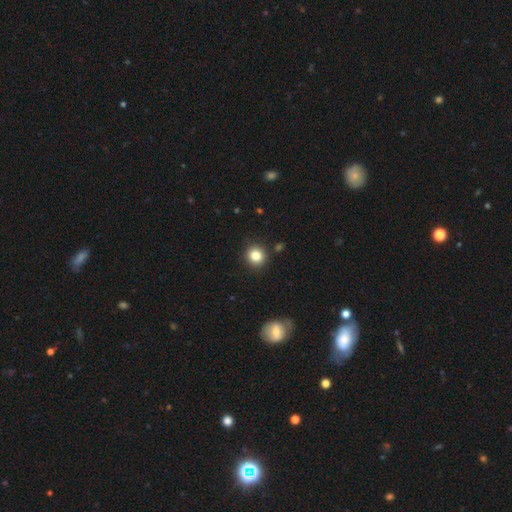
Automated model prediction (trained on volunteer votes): Smooth or featured?
  - smooth: 82% *
  - star or artifact: 11%
  - featured or disk: 6%
How rounded?
  - round: 89% *
  - in between: 10%
  - cigar-shaped: 1%
Merging?
  - none: 89% *
  - minor disturbance: 7%
  - merger: 2%
  - major disturbance: 2%